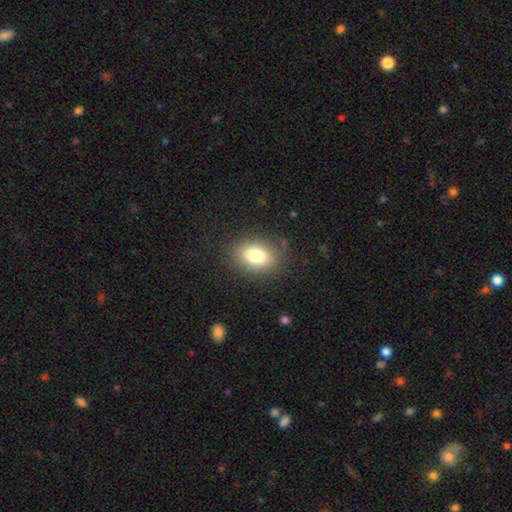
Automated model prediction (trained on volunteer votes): Smooth or featured?
  - smooth: 80% *
  - star or artifact: 10%
  - featured or disk: 10%
How rounded?
  - in between: 73% *
  - round: 26%
  - cigar-shaped: 1%
Merging?
  - none: 84% *
  - minor disturbance: 11%
  - major disturbance: 4%
  - merger: 1%